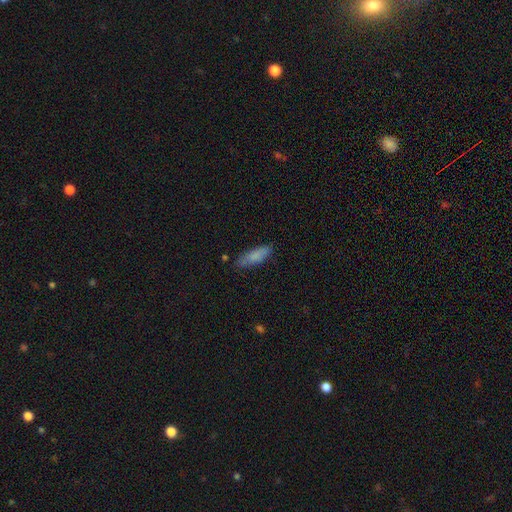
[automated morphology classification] A smooth galaxy with no disk features (83%) that is in between round and cigar-shaped (51%). Merging: none (78%).